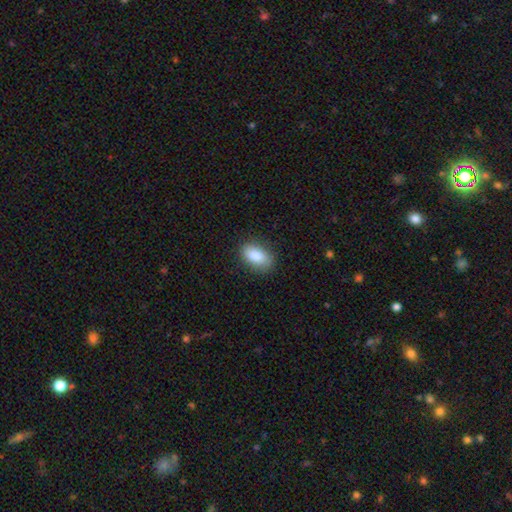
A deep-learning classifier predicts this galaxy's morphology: Smooth or featured? Predicted: smooth (p=0.87). How rounded? Predicted: in between (p=0.92). Merging? Predicted: none (p=0.84).